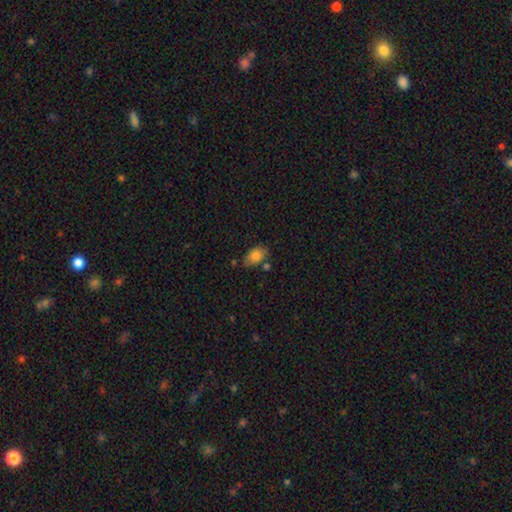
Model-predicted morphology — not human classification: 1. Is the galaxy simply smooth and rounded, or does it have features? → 81% smooth, 11% featured or disk, 8% star or artifact.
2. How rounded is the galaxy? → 88% in between, 10% round, 2% cigar-shaped.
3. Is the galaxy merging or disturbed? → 67% none, 20% minor disturbance, 9% merger, 4% major disturbance.